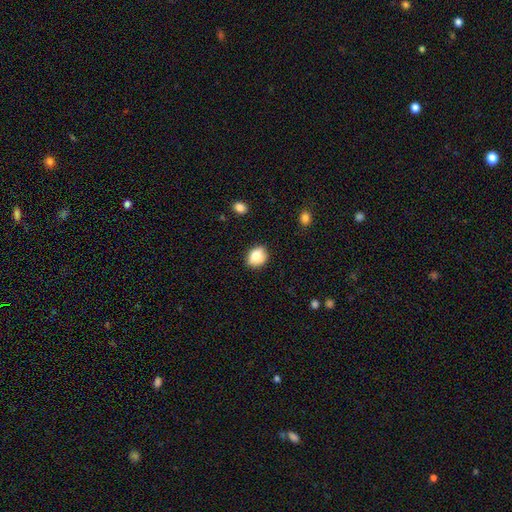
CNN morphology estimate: Overall: smooth (80%). How rounded: in between (56%; round 43%). Merging: none (77%).